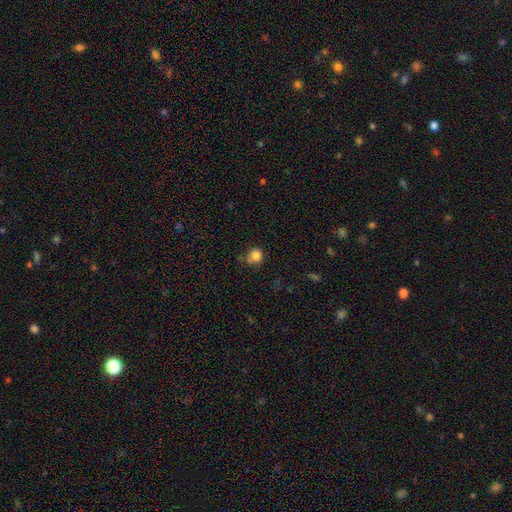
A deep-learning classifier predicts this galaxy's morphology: Smooth or featured?
  - smooth: 82% *
  - star or artifact: 11%
  - featured or disk: 7%
How rounded?
  - round: 78% *
  - in between: 21%
  - cigar-shaped: 1%
Merging?
  - none: 57% *
  - minor disturbance: 25%
  - merger: 9%
  - major disturbance: 9%